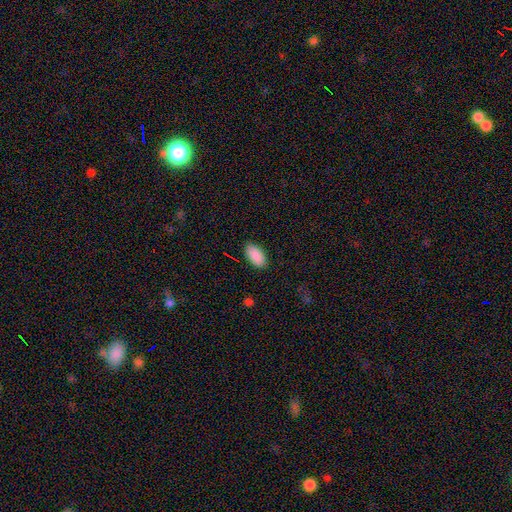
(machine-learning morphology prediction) A smooth galaxy with no disk features (90%) that is in between round and cigar-shaped (95%).

Vote fractions:
- Smooth or featured? smooth: 90% / star or artifact: 7% / featured or disk: 3%
- How rounded? in between: 95% / cigar-shaped: 3% / round: 3%
- Merging? none: 88% / minor disturbance: 9% / major disturbance: 2% / merger: 1%